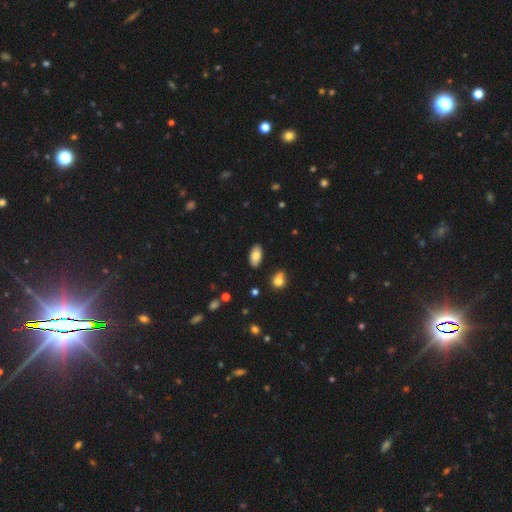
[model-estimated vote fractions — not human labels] Overall: smooth (80%). How rounded: in between (94%). Merging: none (86%).